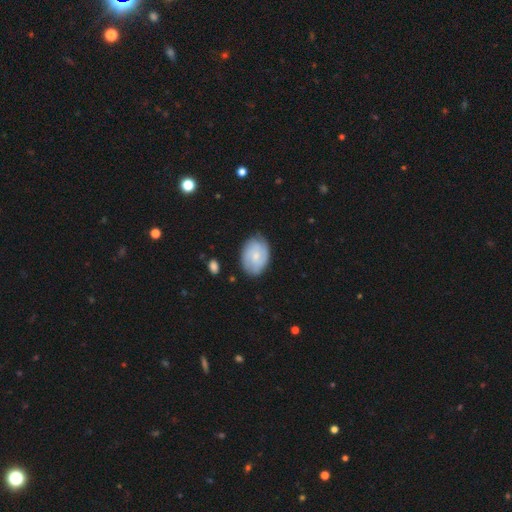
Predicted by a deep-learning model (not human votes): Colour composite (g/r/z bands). It shows a featured or disk galaxy (54%) with no bar (60%), spiral arms (84%) and a small central bulge (58%). Merging: none (76%).